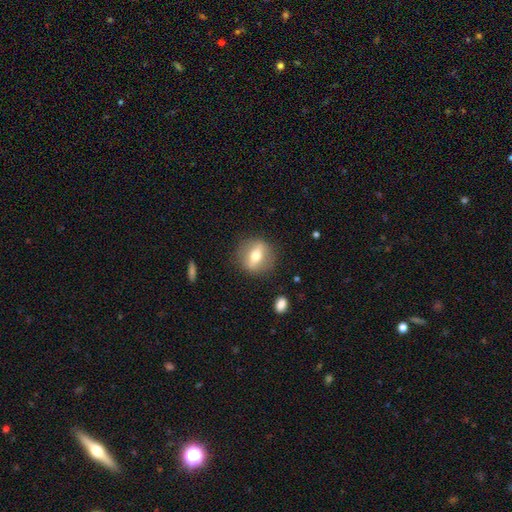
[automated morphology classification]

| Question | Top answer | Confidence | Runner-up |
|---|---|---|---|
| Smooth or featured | featured or disk | 47% | smooth (45%) |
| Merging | none | 85% | minor disturbance (10%) |